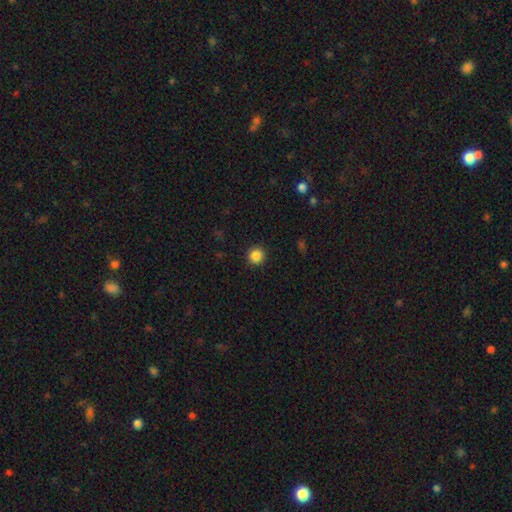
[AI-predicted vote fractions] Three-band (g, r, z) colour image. It shows a smooth galaxy with no disk features (86%) that is round (94%). Merging: none (92%).